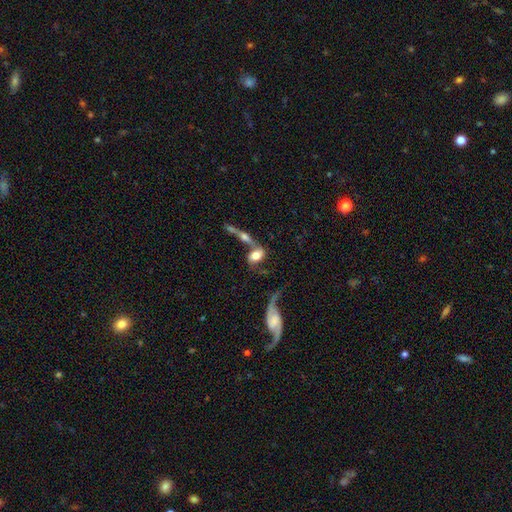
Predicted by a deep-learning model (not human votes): This appears to be a featured or disk galaxy (47%). Merging: merger (55%).